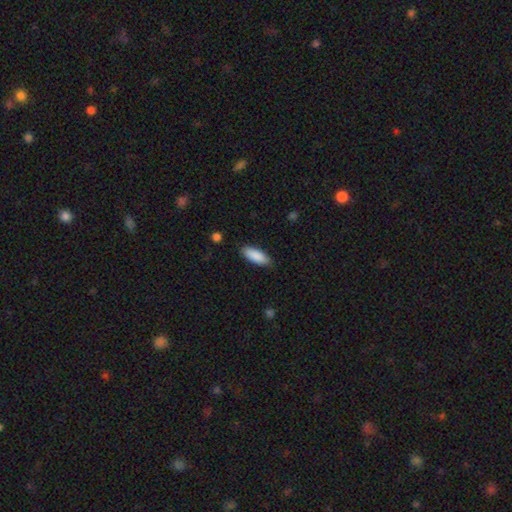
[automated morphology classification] This appears to be a smooth galaxy with no disk features (89%) that is in between round and cigar-shaped (74%). Merging: none (86%).